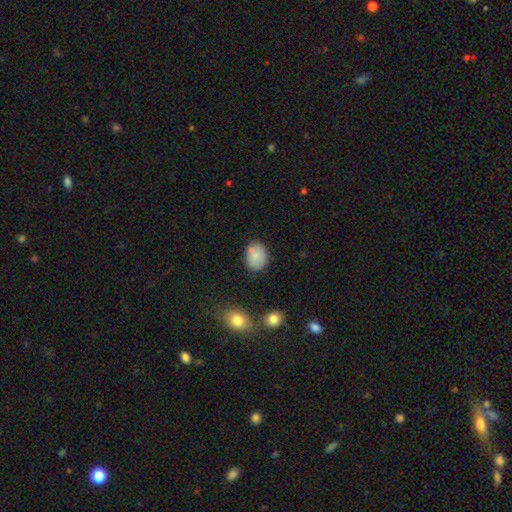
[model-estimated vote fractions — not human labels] Smooth or featured? Predicted: smooth (p=0.80). How rounded? Predicted: in between (p=0.59). Merging? Predicted: none (p=0.73).